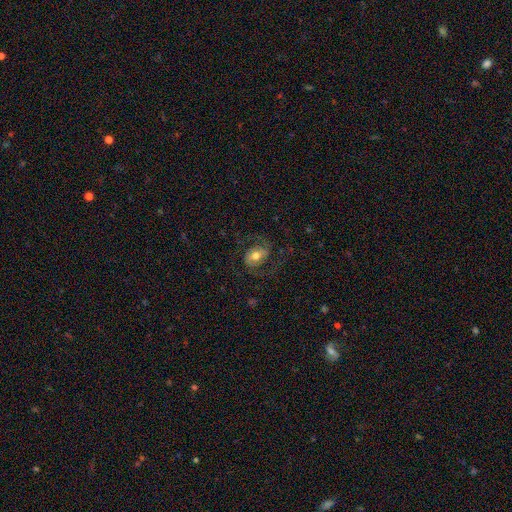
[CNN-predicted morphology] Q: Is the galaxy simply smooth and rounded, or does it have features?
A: featured or disk — 65%.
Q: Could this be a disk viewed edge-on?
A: no — 96%.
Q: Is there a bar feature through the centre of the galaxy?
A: no — 42%.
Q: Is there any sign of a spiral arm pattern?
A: yes — 87%.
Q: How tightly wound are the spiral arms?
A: medium — 50%.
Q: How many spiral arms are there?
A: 2 — 87%.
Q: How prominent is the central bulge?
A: moderate — 68%.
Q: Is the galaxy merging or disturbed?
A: none — 69%.